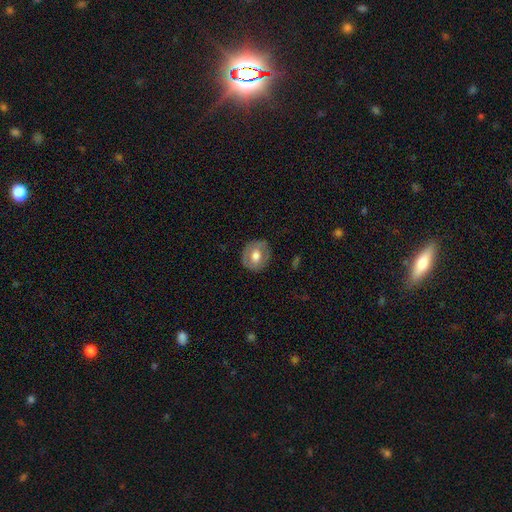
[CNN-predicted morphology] Overall: smooth (56%; featured or disk 37%). How rounded: round (72%). Merging: none (81%).